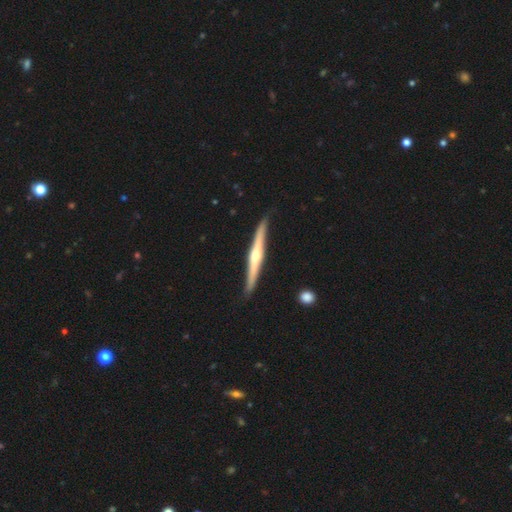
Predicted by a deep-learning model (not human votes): Smooth or featured: featured or disk — 74% (smooth — 21%)
Edge-on disk: yes — 98% (no — 2%)
Edge-on bulge: rounded — 83% (none — 12%)
Merging: none — 88% (minor disturbance — 9%)